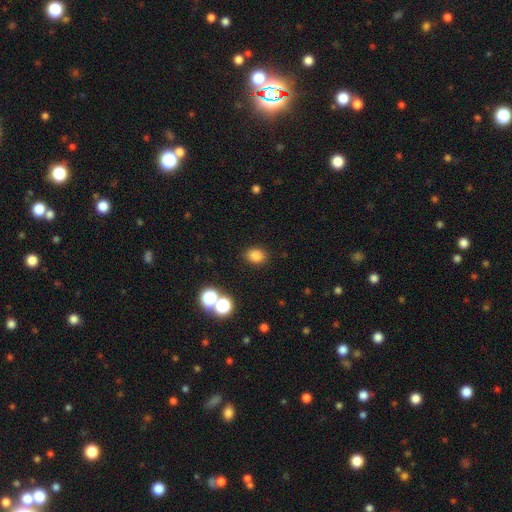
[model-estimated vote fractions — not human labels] A smooth galaxy with no disk features (82%) that is in between round and cigar-shaped (56%). Merging: none (86%).